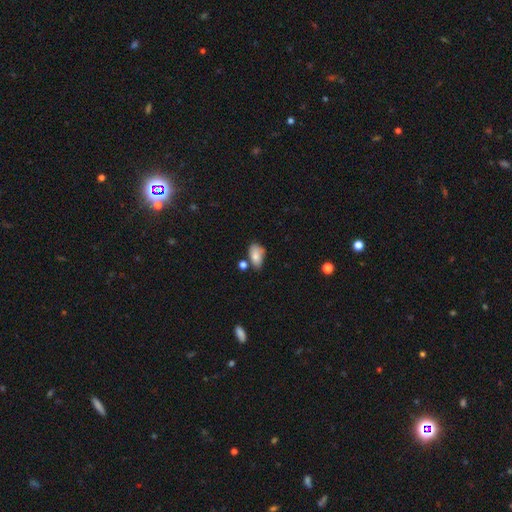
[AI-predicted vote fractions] smooth_or_featured: smooth (p=0.79) [alt: featured or disk p=0.13]
how_rounded: in between (p=0.90) [alt: round p=0.08]
merging: none (p=0.50) [alt: minor disturbance p=0.30]